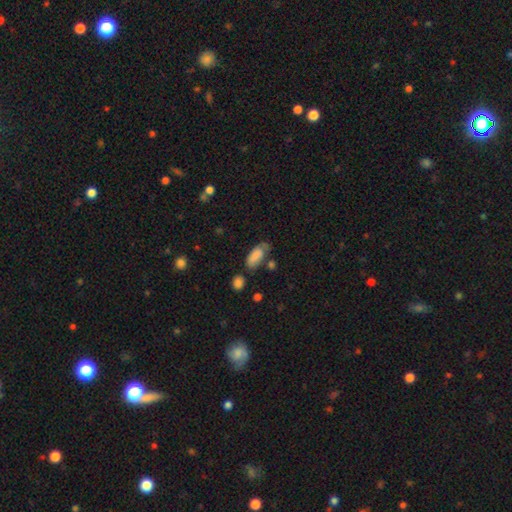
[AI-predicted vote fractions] smooth 82%, featured or disk 10%, star or artifact 7%. Down the decision tree: how rounded — in between (87%); merging — none (48%).